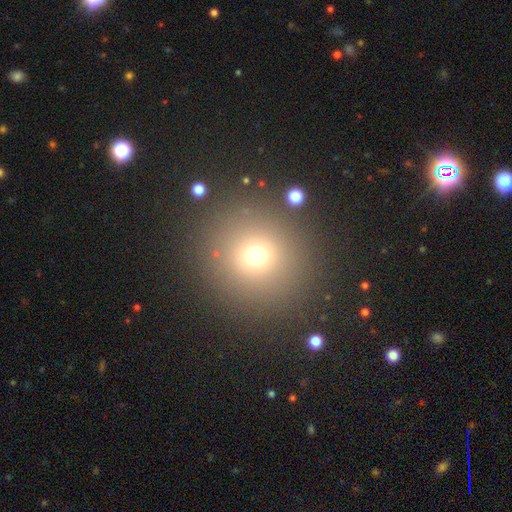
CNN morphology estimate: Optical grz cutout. It shows a smooth galaxy with no disk features (68%) that is round (92%). Merging: none (88%).